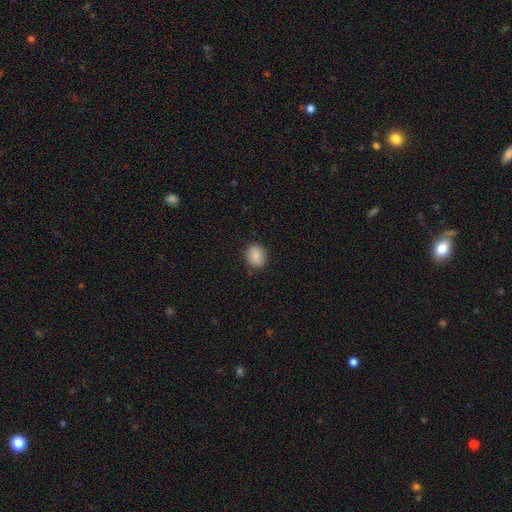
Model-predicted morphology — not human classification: This is clearly a smooth galaxy (87%). How rounded: likely round (66%). Merging: clearly none (87%).